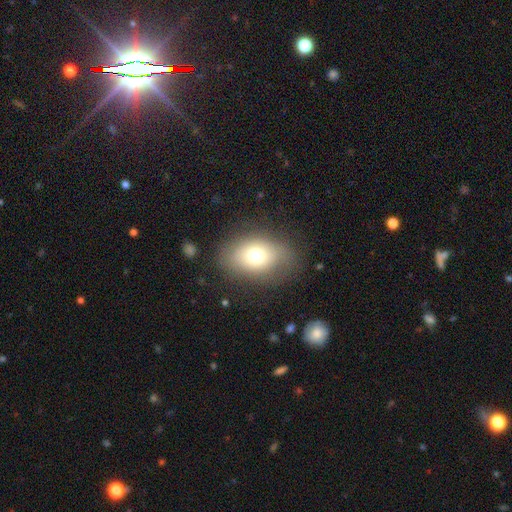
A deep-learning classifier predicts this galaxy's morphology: The model was most divided on "how rounded": in between: 72%, round: 27%, cigar-shaped: 1%. More confident: merging — none (73%); smooth or featured — smooth (71%).